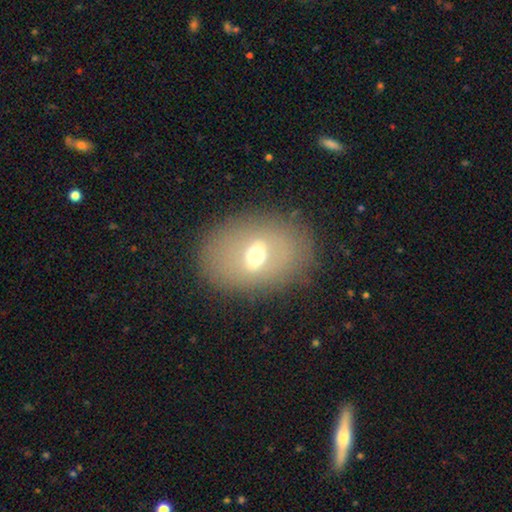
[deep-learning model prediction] This appears to be a featured or disk galaxy (50%). Merging: none (81%).